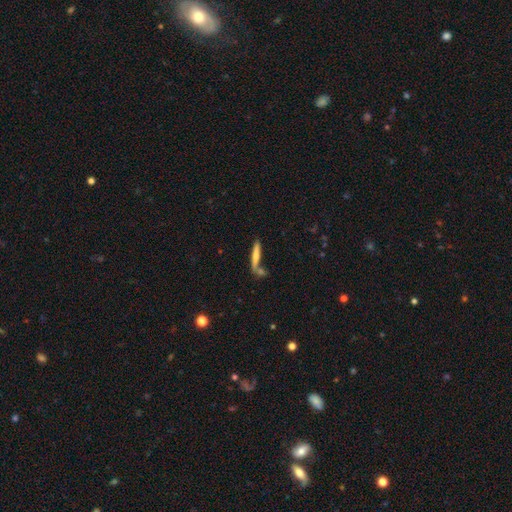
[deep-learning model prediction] smooth 60%, featured or disk 32%, star or artifact 8%. Down the decision tree: how rounded — cigar-shaped (91%); merging — none (64%).